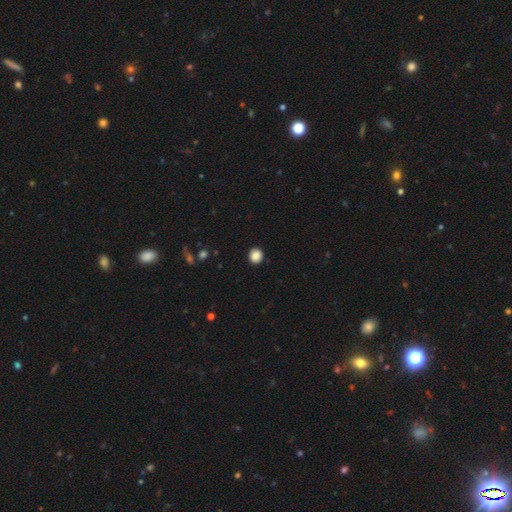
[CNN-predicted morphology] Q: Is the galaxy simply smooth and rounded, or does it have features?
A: smooth — 88%.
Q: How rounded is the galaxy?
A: round — 80%.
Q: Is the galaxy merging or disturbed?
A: none — 89%.